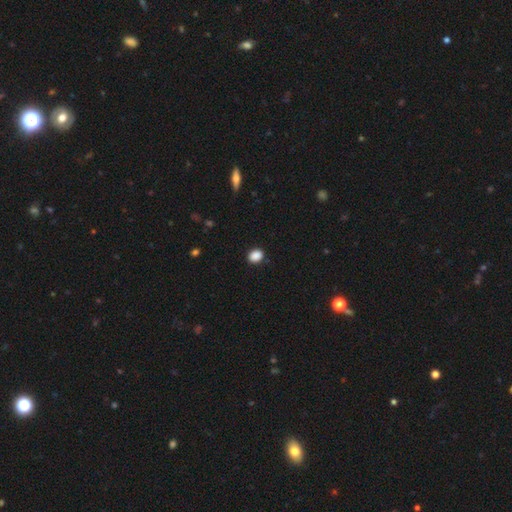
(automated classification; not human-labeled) Overall: smooth (89%). How rounded: in between (59%; round 40%). Merging: none (87%).